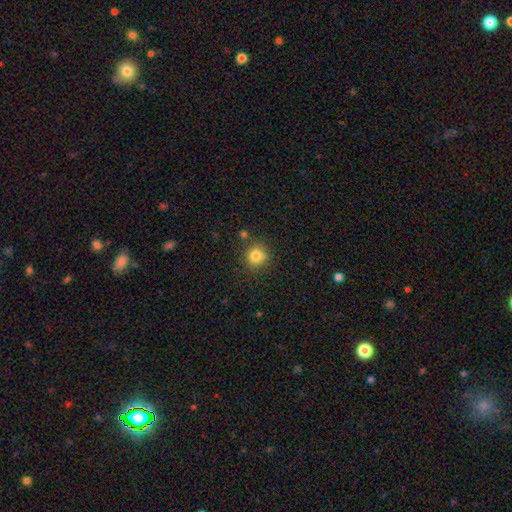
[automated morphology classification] Smooth or featured? Predicted: smooth (p=0.81). How rounded? Predicted: round (p=0.90). Merging? Predicted: none (p=0.80).